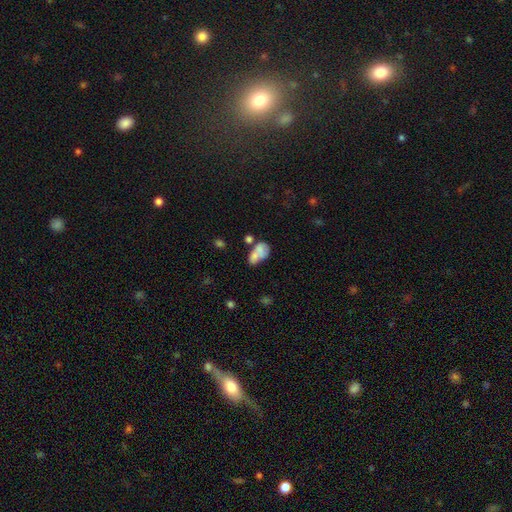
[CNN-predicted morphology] Q: Smooth or featured?
A: smooth (59%); runner-up: featured or disk (27%)
Q: How rounded?
A: in between (83%); runner-up: round (14%)
Q: Merging?
A: merger (43%); runner-up: none (28%)